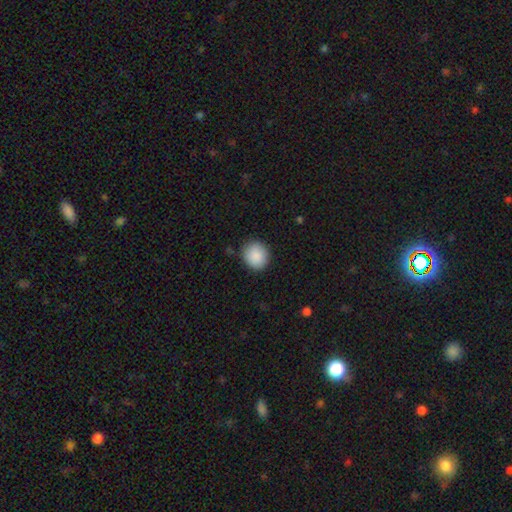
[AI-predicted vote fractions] Overall: smooth (89%). How rounded: round (83%). Merging: none (88%).